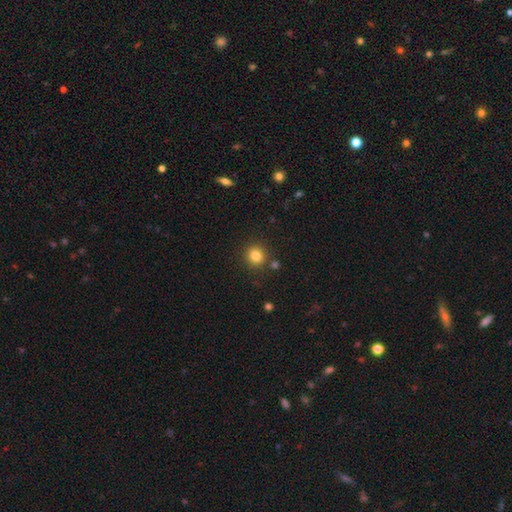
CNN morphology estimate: Smooth or featured?
  - smooth: 82% *
  - star or artifact: 12%
  - featured or disk: 6%
How rounded?
  - round: 90% *
  - in between: 9%
  - cigar-shaped: 1%
Merging?
  - none: 85% *
  - minor disturbance: 7%
  - merger: 5%
  - major disturbance: 3%